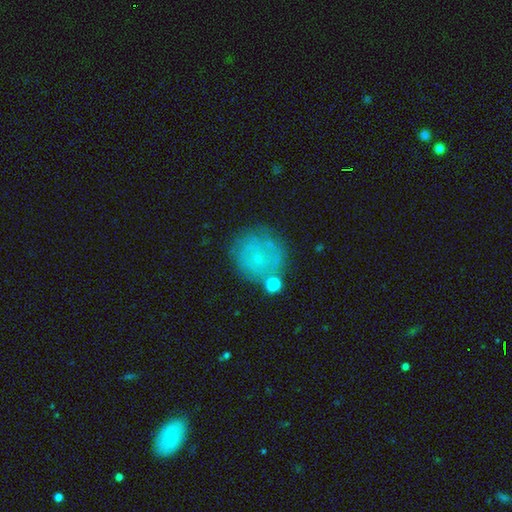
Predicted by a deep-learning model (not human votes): Overall: smooth (53%; featured or disk 24%). How rounded: round (90%). Merging: none (77%).